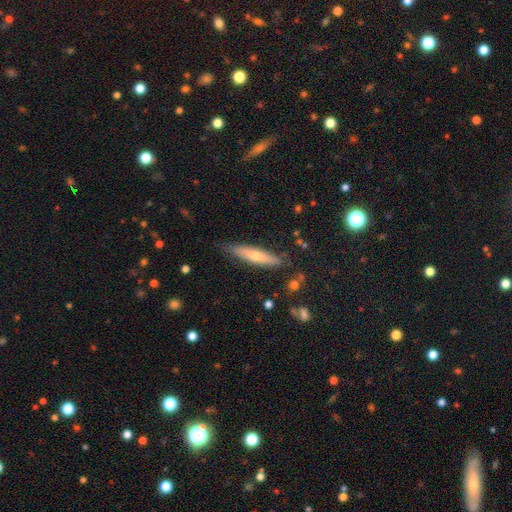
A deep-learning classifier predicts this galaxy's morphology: smooth-or-featured: smooth: 56% | featured or disk: 37% | star or artifact: 7%
  how-rounded: cigar-shaped: 86% | in between: 13% | round: 2%
  merging: none: 83% | minor disturbance: 13% | major disturbance: 2% | merger: 2%